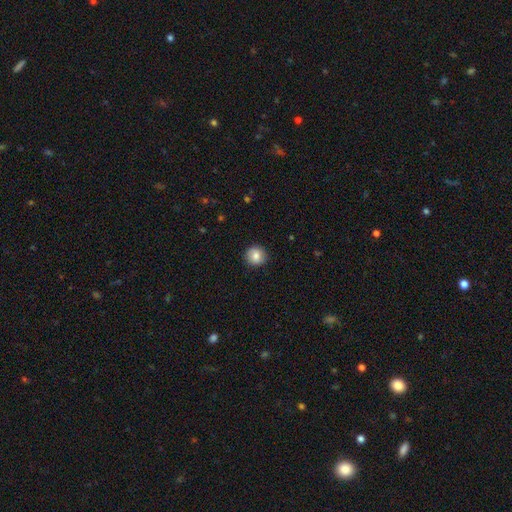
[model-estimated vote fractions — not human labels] Overall: smooth (81%). How rounded: round (93%). Merging: none (90%).